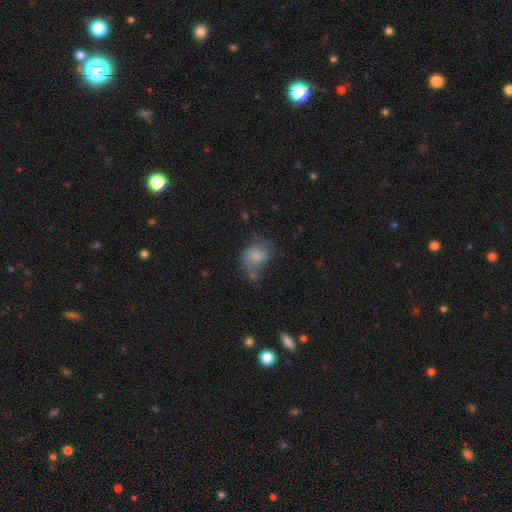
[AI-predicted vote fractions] This appears to be a smooth galaxy with no disk features (75%) that is round (56%). Merging: none (44%).